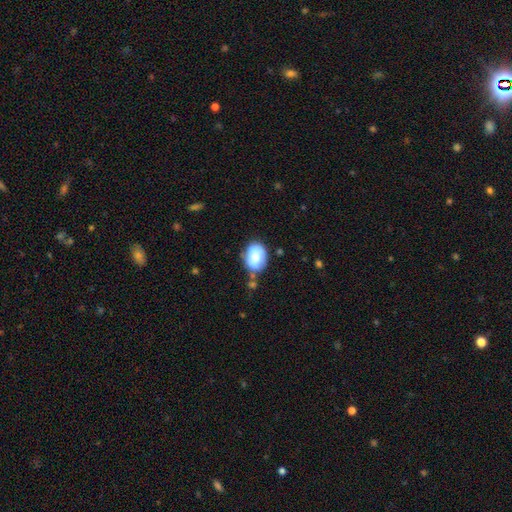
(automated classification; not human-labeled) Smooth or featured?
  - smooth: 71% *
  - featured or disk: 21%
  - star or artifact: 8%
How rounded?
  - in between: 68% *
  - round: 31%
  - cigar-shaped: 1%
Merging?
  - none: 63% *
  - minor disturbance: 23%
  - merger: 9%
  - major disturbance: 5%